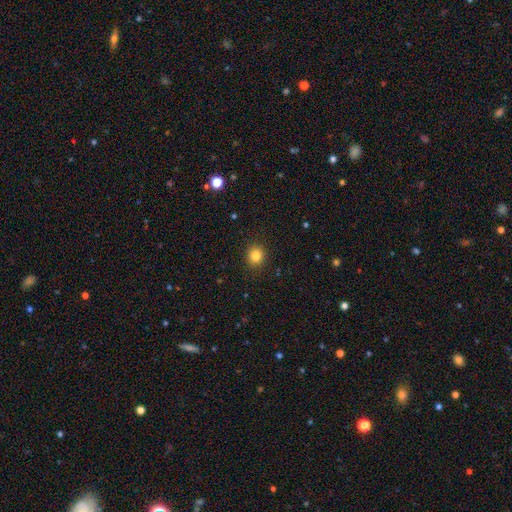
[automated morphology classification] This is clearly a smooth galaxy (84%). How rounded: clearly round (82%). Merging: clearly none (90%).